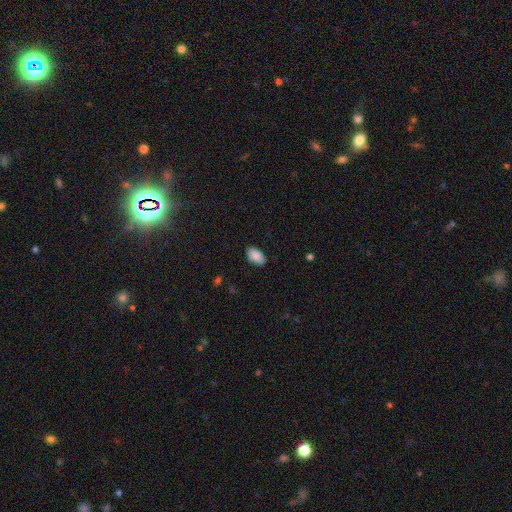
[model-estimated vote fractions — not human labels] smooth_or_featured: smooth (p=0.89) [alt: star or artifact p=0.07]
how_rounded: in between (p=0.94) [alt: round p=0.04]
merging: none (p=0.87) [alt: minor disturbance p=0.10]